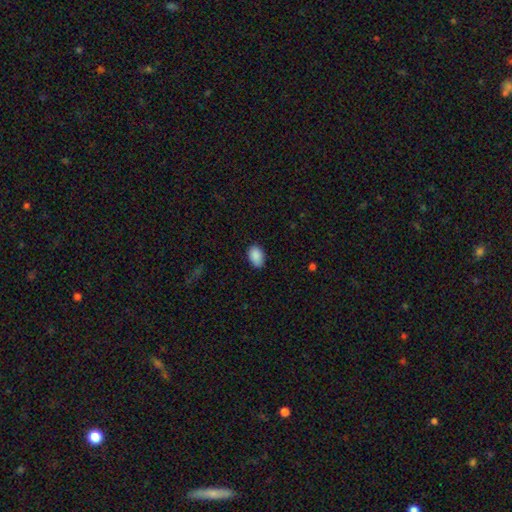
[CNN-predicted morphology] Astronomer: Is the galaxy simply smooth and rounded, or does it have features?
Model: smooth — 89%.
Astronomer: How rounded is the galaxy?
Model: in between — 87%.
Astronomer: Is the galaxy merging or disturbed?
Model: none — 81%.